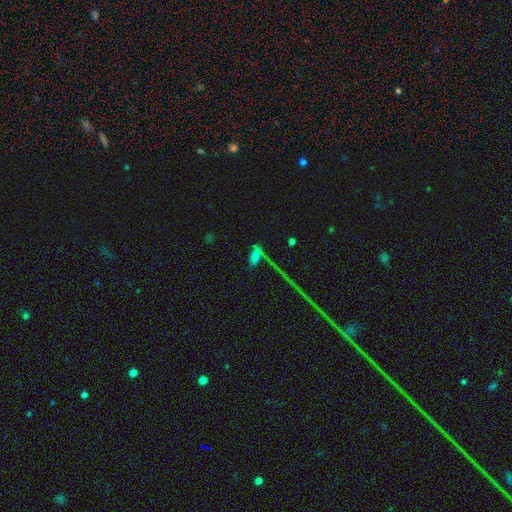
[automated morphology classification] A smooth galaxy with no disk features (58%) that is in between round and cigar-shaped (72%).

Vote fractions:
- Smooth or featured? smooth: 58% / featured or disk: 22% / star or artifact: 21%
- How rounded? in between: 72% / cigar-shaped: 22% / round: 6%
- Merging? none: 50% / minor disturbance: 22% / major disturbance: 15% / merger: 13%